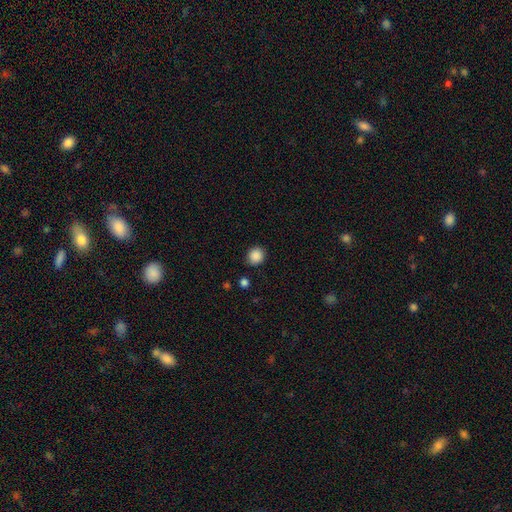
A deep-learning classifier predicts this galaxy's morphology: Smooth or featured: smooth — 88% (star or artifact — 10%)
How rounded: round — 82% (in between — 17%)
Merging: none — 86% (minor disturbance — 9%)